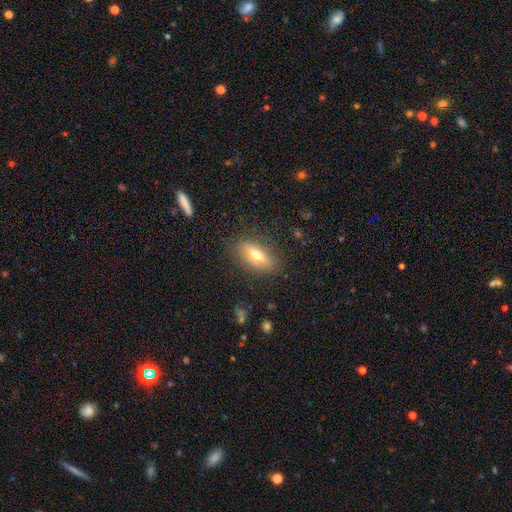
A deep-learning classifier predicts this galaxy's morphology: Smooth or featured? smooth (58%)
How rounded? in between (73%)
Merging? none (84%)